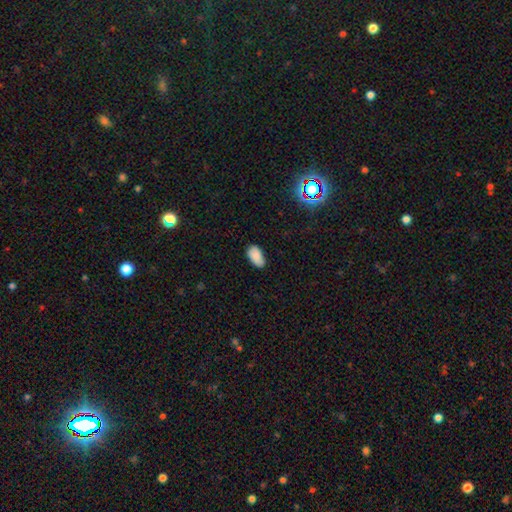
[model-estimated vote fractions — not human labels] The model was most divided on "merging": none: 79%, minor disturbance: 17%, major disturbance: 3%, merger: 1%. More confident: how rounded — in between (94%); smooth or featured — smooth (86%).